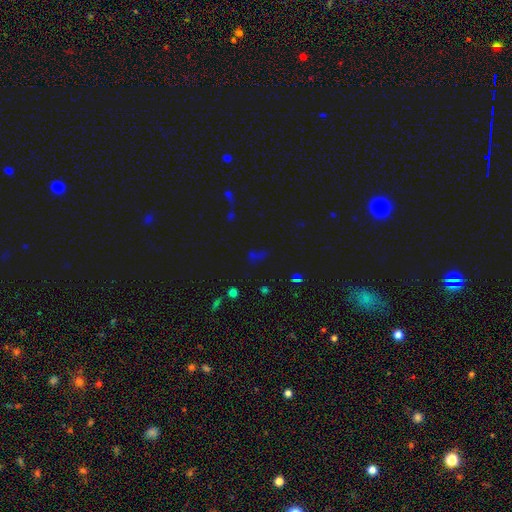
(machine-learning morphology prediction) This appears to be a star or artifact, not a galaxy (55%).